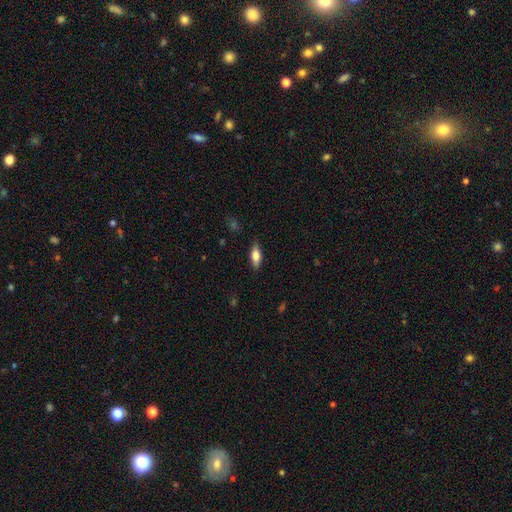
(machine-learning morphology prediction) A smooth galaxy with no disk features (72%) that is in between round and cigar-shaped (72%).

Vote fractions:
- Smooth or featured? smooth: 72% / featured or disk: 22% / star or artifact: 7%
- How rounded? in between: 72% / cigar-shaped: 26% / round: 3%
- Merging? none: 85% / minor disturbance: 11% / major disturbance: 2% / merger: 1%